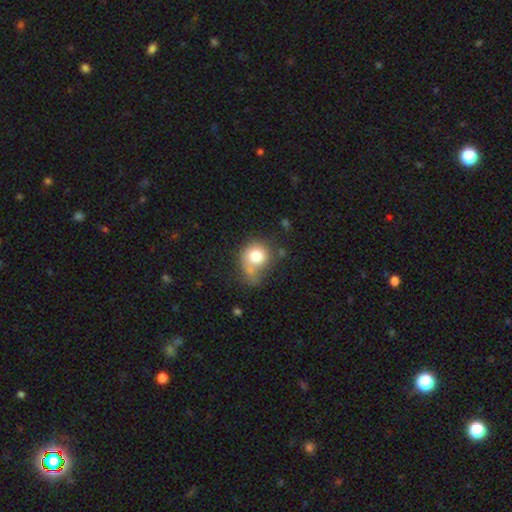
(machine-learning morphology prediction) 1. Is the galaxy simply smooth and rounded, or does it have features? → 76% smooth, 14% featured or disk, 9% star or artifact.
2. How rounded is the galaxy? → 73% round, 26% in between, 1% cigar-shaped.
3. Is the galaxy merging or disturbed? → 34% none, 25% minor disturbance, 22% merger, 19% major disturbance.